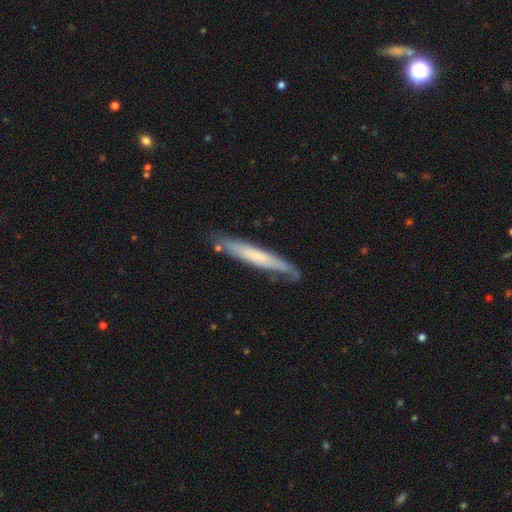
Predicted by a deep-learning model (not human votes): Smooth or featured: smooth — 51% (featured or disk — 43%)
How rounded: cigar-shaped — 93% (in between — 6%)
Merging: none — 71% (minor disturbance — 21%)